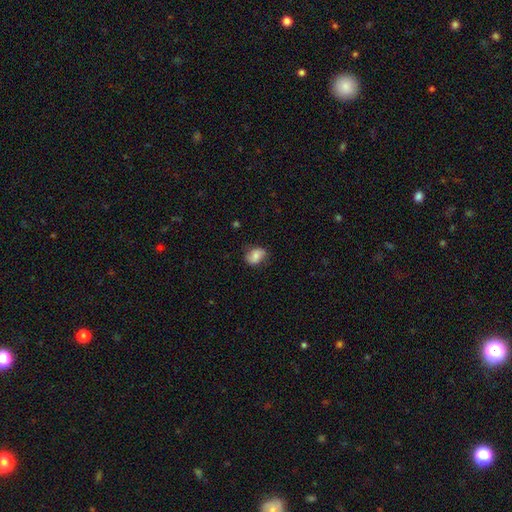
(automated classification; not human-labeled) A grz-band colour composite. It shows a smooth galaxy with no disk features (75%) that is in between round and cigar-shaped (70%). Merging: none (70%).